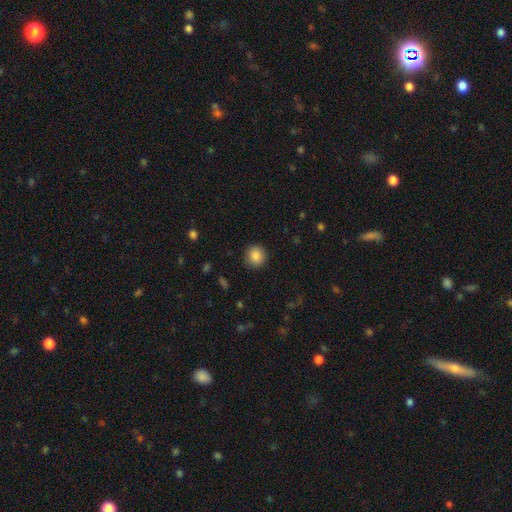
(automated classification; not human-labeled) The model was most divided on "smooth or featured": smooth: 87%, star or artifact: 9%, featured or disk: 4%. More confident: how rounded — round (91%); merging — none (90%).